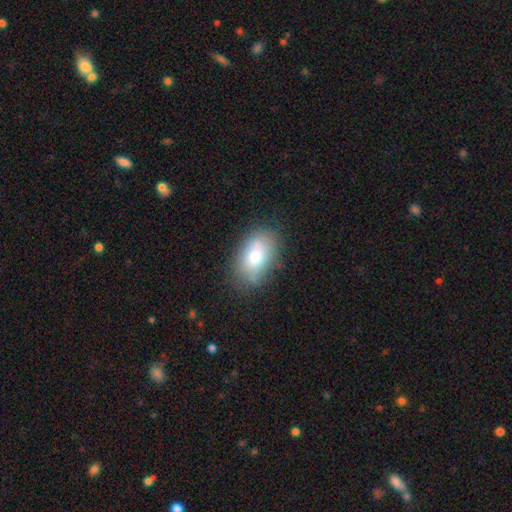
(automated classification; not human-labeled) Smooth or featured?
  - smooth: 74% *
  - featured or disk: 18%
  - star or artifact: 9%
How rounded?
  - in between: 90% *
  - round: 9%
  - cigar-shaped: 2%
Merging?
  - none: 74% *
  - minor disturbance: 18%
  - major disturbance: 5%
  - merger: 4%